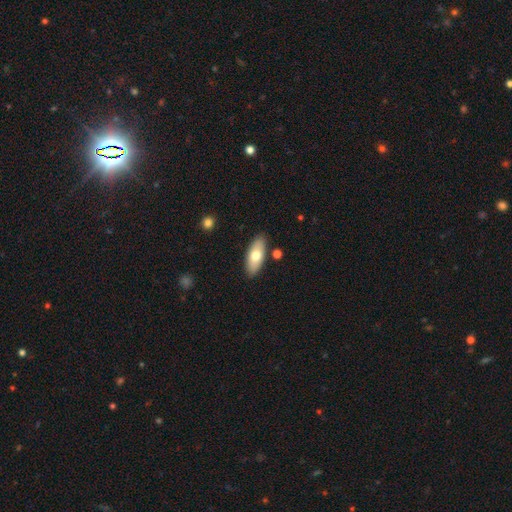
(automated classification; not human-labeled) smooth 70%, featured or disk 24%, star or artifact 6%. Down the decision tree: how rounded — in between (81%); merging — none (86%).